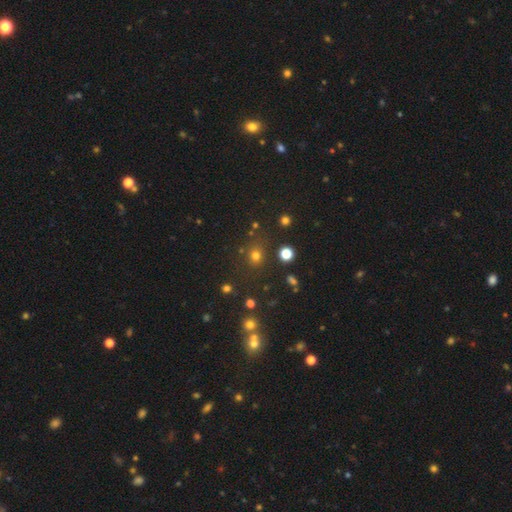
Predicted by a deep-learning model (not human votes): Smooth or featured?
  - smooth: 72% *
  - star or artifact: 22%
  - featured or disk: 7%
How rounded?
  - round: 81% *
  - in between: 18%
  - cigar-shaped: 1%
Merging?
  - none: 79% *
  - minor disturbance: 10%
  - merger: 6%
  - major disturbance: 4%